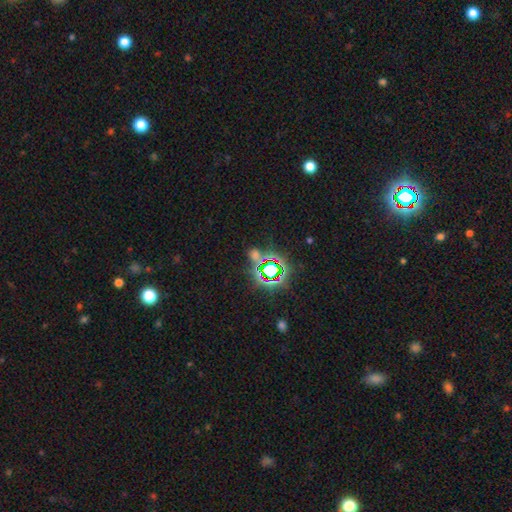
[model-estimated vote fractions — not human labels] A star or artifact, not a galaxy (67%).